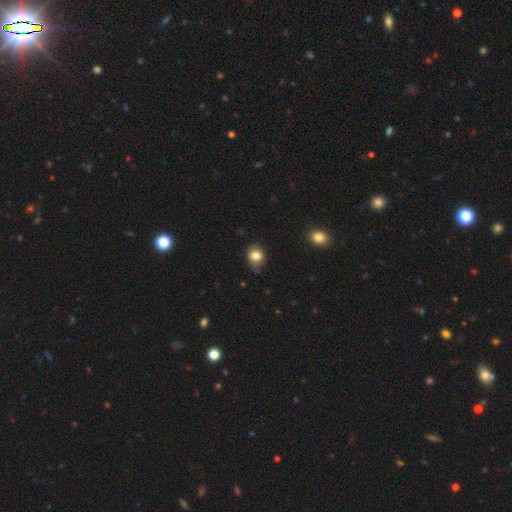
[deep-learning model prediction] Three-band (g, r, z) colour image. It shows a smooth galaxy with no disk features (81%) that is round (61%). Merging: none (65%).